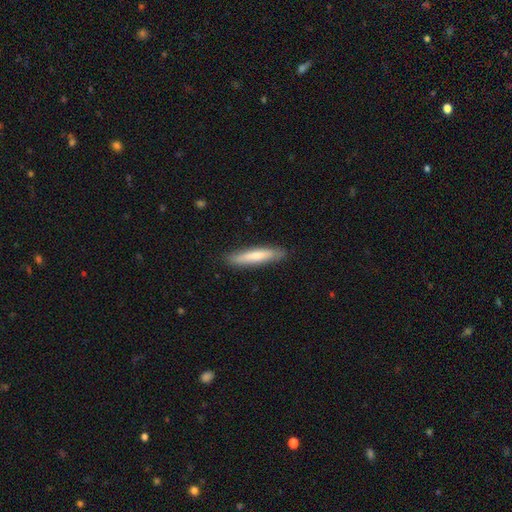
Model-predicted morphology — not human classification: smooth-or-featured: smooth: 71% | featured or disk: 24% | star or artifact: 5%
  how-rounded: cigar-shaped: 87% | in between: 11% | round: 1%
  merging: none: 87% | minor disturbance: 10% | major disturbance: 2% | merger: 1%